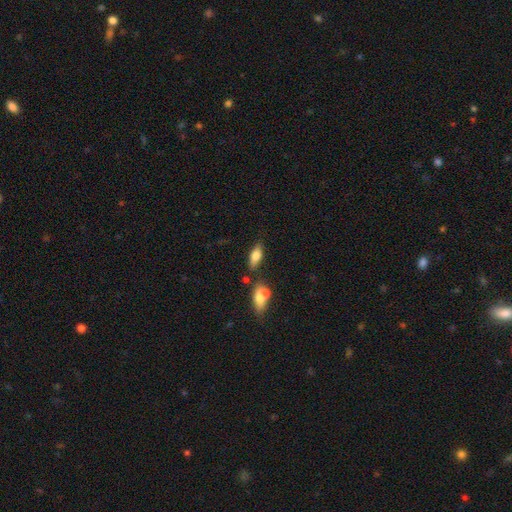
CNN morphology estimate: smooth_or_featured: smooth (p=0.70) [alt: featured or disk p=0.22]
how_rounded: in between (p=0.74) [alt: cigar-shaped p=0.23]
merging: none (p=0.71) [alt: minor disturbance p=0.14]